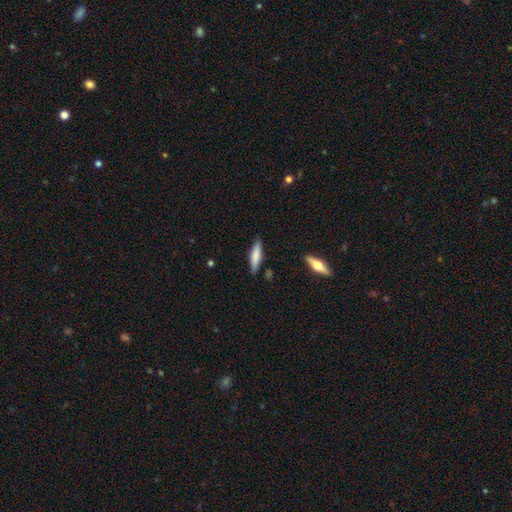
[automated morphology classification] The model was most divided on "smooth or featured": smooth: 71%, featured or disk: 23%, star or artifact: 6%. More confident: merging — none (85%); how rounded — cigar-shaped (76%).